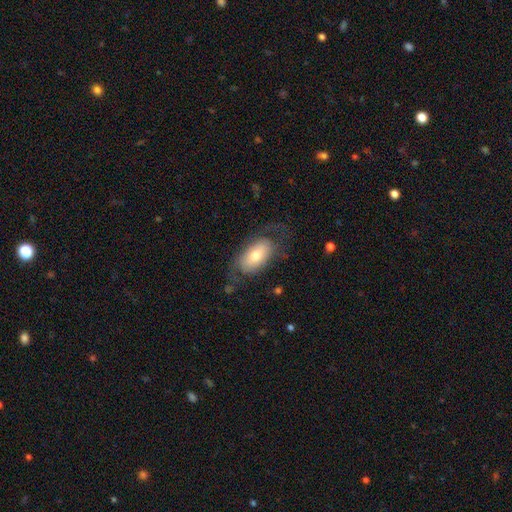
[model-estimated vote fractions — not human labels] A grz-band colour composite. It shows a smooth galaxy with no disk features (56%) that is in between round and cigar-shaped (92%). Merging: none (55%).